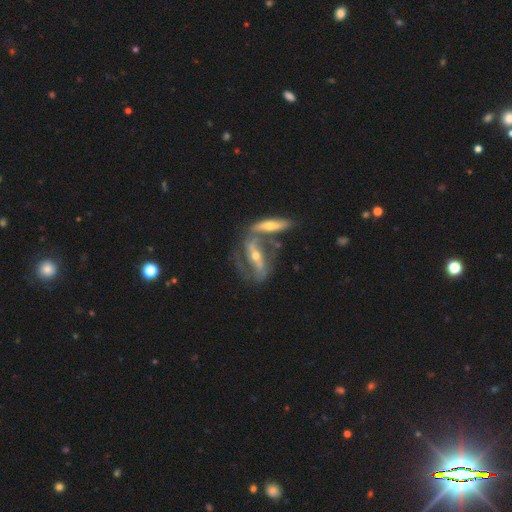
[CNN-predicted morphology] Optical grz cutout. It shows a featured or disk galaxy (84%) with a strong bar (59%), 2 (83%) medium (40%) spiral arms (83%) and a moderate central bulge (55%). Merging: none (43%).